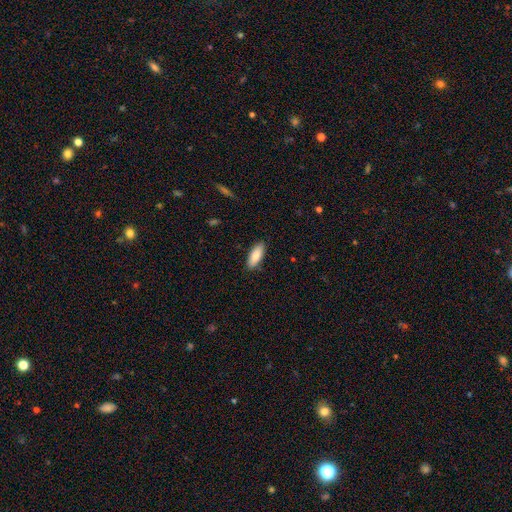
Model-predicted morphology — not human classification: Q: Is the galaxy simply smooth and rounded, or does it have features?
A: smooth — 86%.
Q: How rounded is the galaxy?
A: in between — 73%.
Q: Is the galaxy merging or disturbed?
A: none — 88%.